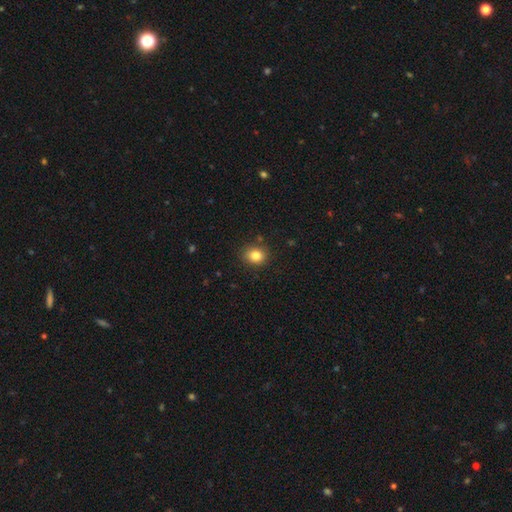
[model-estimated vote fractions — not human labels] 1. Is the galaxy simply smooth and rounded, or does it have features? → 83% smooth, 11% star or artifact, 6% featured or disk.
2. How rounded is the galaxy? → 69% round, 30% in between, 1% cigar-shaped.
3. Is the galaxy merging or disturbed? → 86% none, 9% minor disturbance, 2% major disturbance, 2% merger.